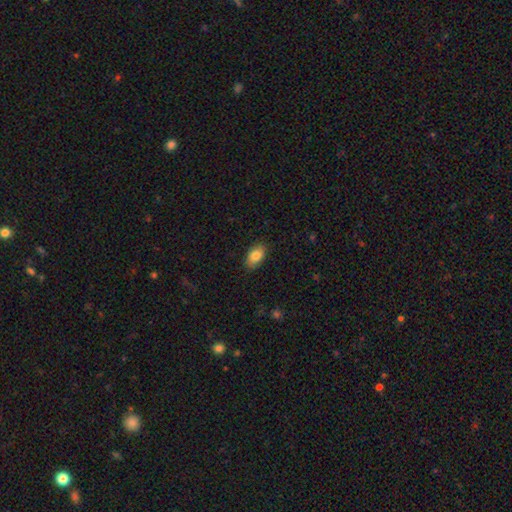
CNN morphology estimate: smooth 84%, featured or disk 9%, star or artifact 7%. Down the decision tree: how rounded — in between (92%); merging — none (86%).